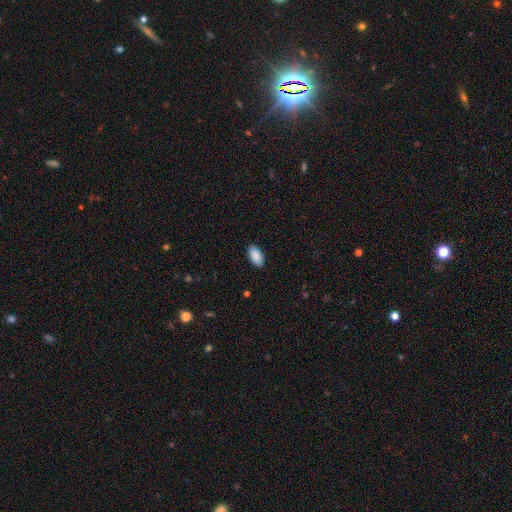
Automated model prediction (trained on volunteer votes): Smooth or featured? Predicted: smooth (p=0.90). How rounded? Predicted: in between (p=0.95). Merging? Predicted: none (p=0.89).